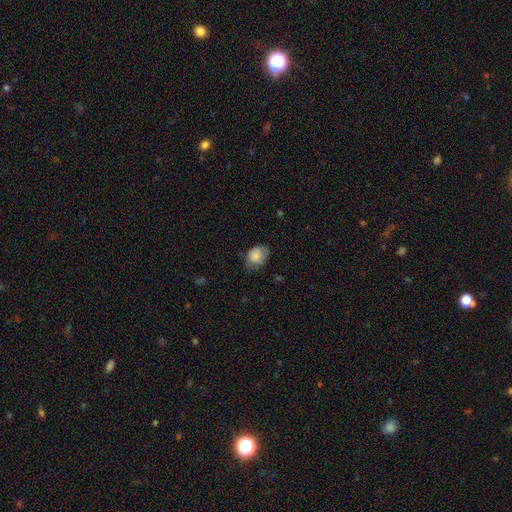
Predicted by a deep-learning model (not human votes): Smooth or featured? Predicted: smooth (p=0.83). How rounded? Predicted: in between (p=0.65). Merging? Predicted: none (p=0.55).